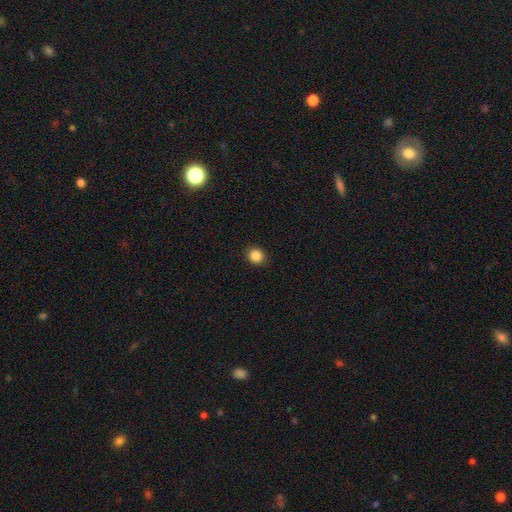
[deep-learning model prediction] The model was most divided on "how rounded": round: 87%, in between: 13%, cigar-shaped: 1%. More confident: merging — none (92%); smooth or featured — smooth (86%).